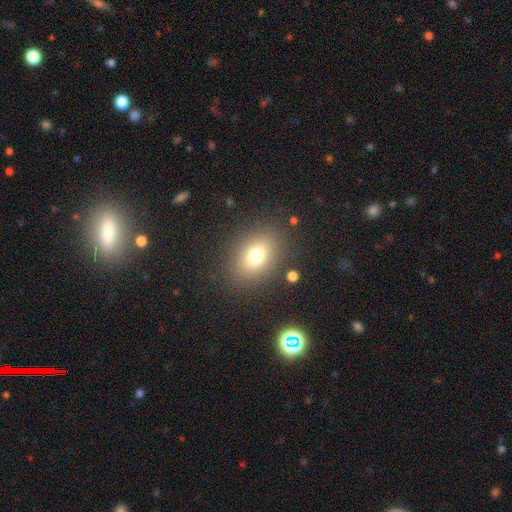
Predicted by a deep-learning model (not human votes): This appears to be a smooth galaxy with no disk features (74%) that is in between round and cigar-shaped (65%). Merging: none (85%).